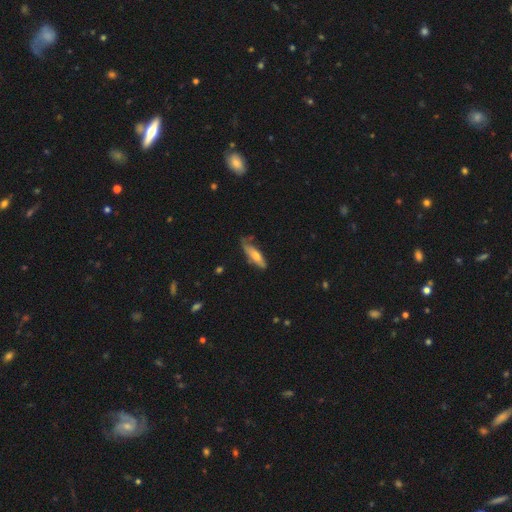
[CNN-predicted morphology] Smooth or featured? Predicted: smooth (p=0.53). How rounded? Predicted: cigar-shaped (p=0.59). Merging? Predicted: none (p=0.56).